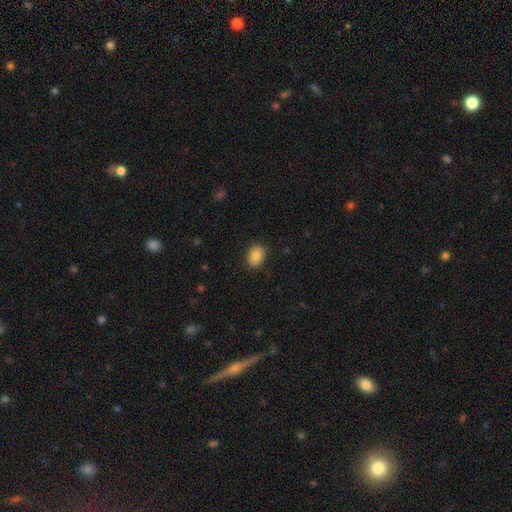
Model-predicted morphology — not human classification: Smooth or featured? smooth (83%)
How rounded? in between (72%)
Merging? none (88%)